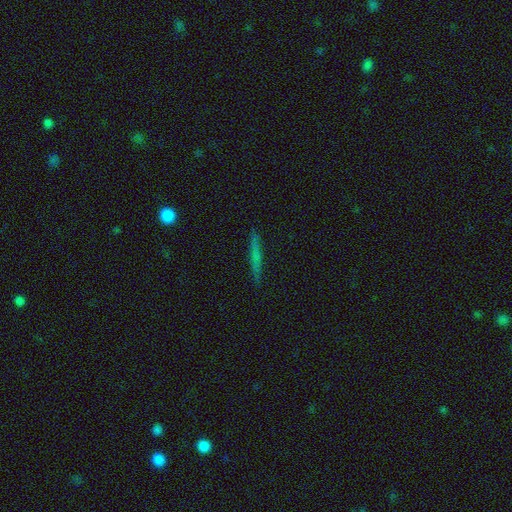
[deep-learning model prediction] Smooth or featured: smooth — 52% (featured or disk — 39%)
How rounded: cigar-shaped — 94% (in between — 4%)
Merging: none — 89% (minor disturbance — 8%)